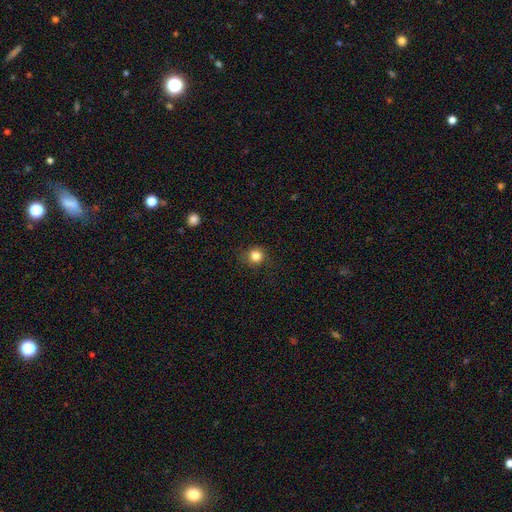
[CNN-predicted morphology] smooth 83%, star or artifact 12%, featured or disk 5%. Down the decision tree: how rounded — round (90%); merging — none (82%).